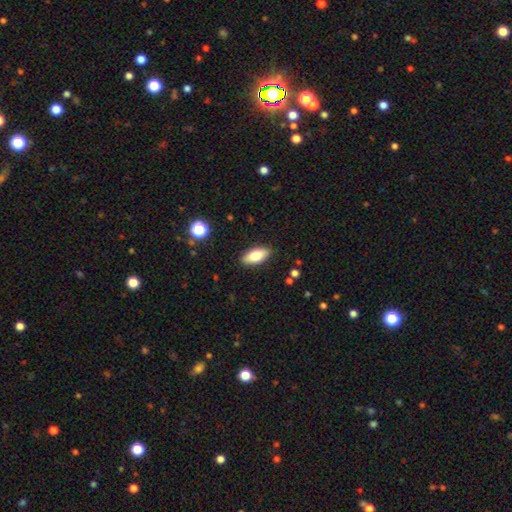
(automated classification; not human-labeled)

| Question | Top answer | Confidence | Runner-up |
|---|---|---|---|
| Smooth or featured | smooth | 74% | featured or disk (19%) |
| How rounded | in between | 84% | cigar-shaped (13%) |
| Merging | none | 89% | minor disturbance (8%) |